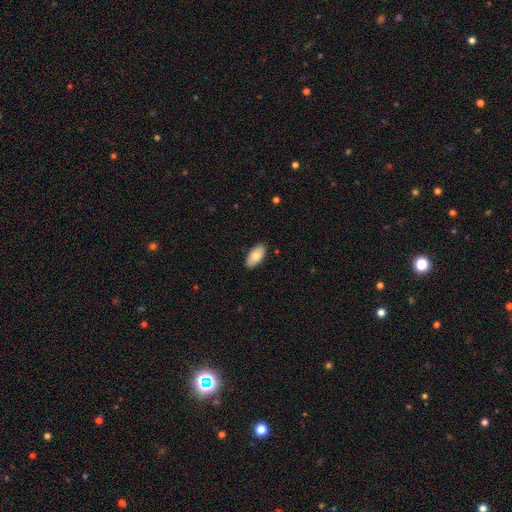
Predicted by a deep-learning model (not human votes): A smooth galaxy with no disk features (77%) that is in between round and cigar-shaped (94%).

Vote fractions:
- Smooth or featured? smooth: 77% / featured or disk: 17% / star or artifact: 6%
- How rounded? in between: 94% / cigar-shaped: 4% / round: 2%
- Merging? none: 87% / minor disturbance: 10% / major disturbance: 2% / merger: 1%